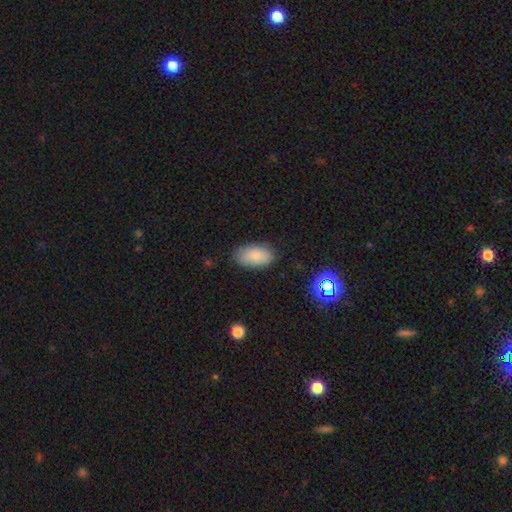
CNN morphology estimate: A smooth galaxy with no disk features (86%) that is in between round and cigar-shaped (94%). Merging: none (83%).